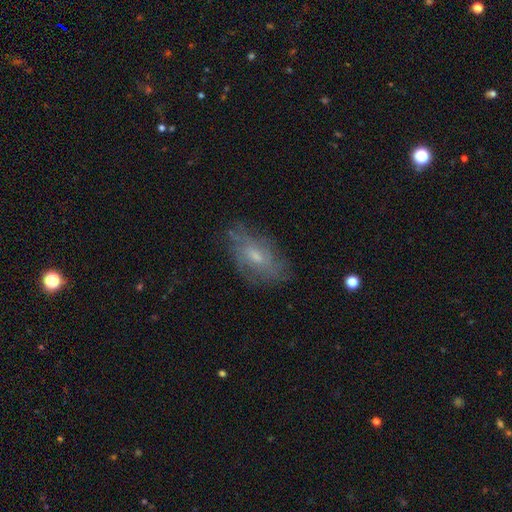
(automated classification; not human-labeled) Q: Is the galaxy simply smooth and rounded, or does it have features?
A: featured or disk — 57%.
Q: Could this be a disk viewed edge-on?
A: no — 91%.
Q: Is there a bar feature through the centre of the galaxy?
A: no — 63%.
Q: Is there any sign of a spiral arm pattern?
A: yes — 64%.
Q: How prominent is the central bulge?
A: small — 49%.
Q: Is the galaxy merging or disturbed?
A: none — 64%.